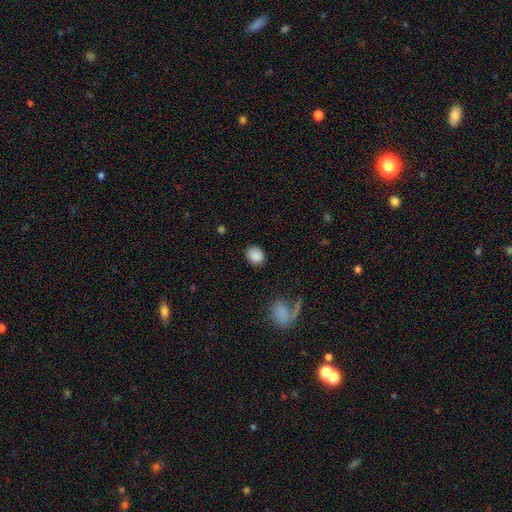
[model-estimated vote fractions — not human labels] This appears to be a smooth galaxy with no disk features (86%) that is round (51%). Merging: none (82%).